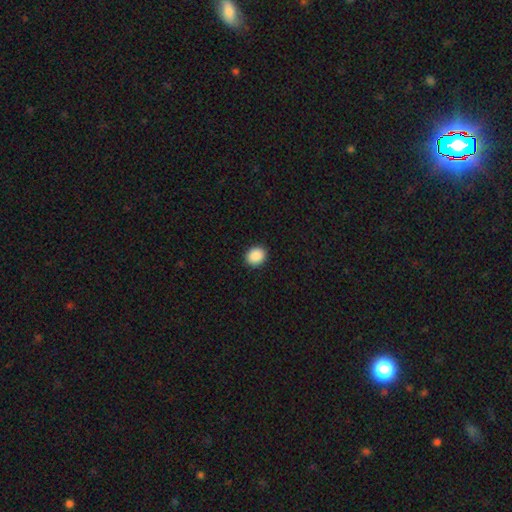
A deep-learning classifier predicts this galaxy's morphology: Smooth or featured: smooth — 89% (star or artifact — 8%)
How rounded: round — 65% (in between — 34%)
Merging: none — 92% (minor disturbance — 6%)